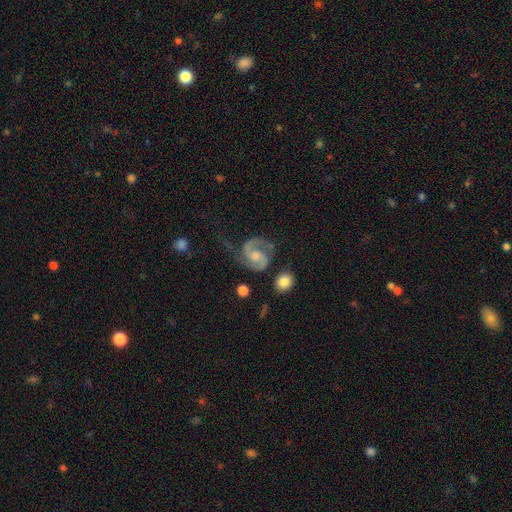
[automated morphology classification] Smooth or featured? featured or disk (89%)
Edge-on disk? no (98%)
Bar? no (52%)
Spiral arms? yes (98%)
Spiral winding? medium (59%)
Spiral arm count? 2 (92%)
Bulge size? moderate (42%)
Merging? none (64%)